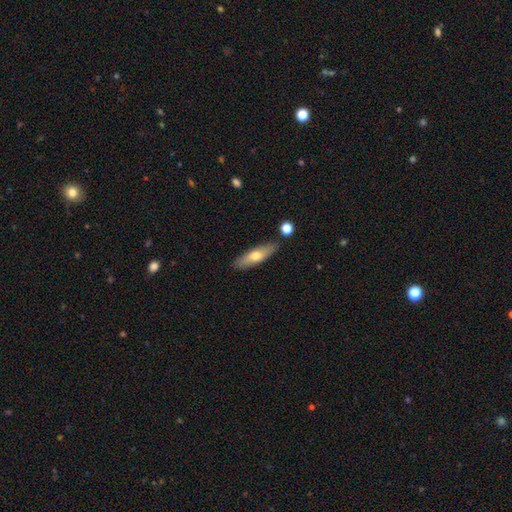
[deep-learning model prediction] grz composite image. It shows a smooth galaxy with no disk features (63%) that is cigar-shaped (57%). Merging: none (84%).